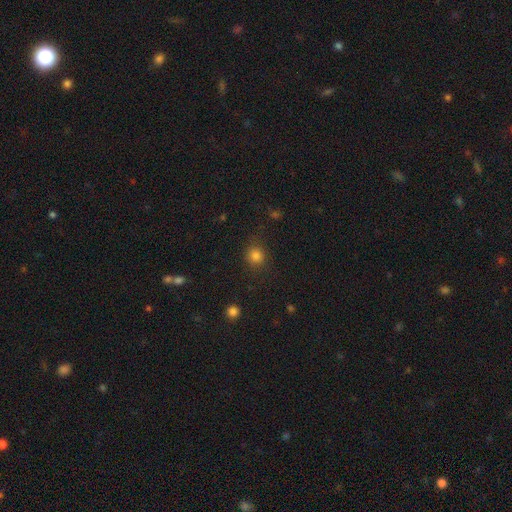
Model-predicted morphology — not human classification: This is clearly a smooth galaxy (82%). How rounded: clearly round (86%). Merging: clearly none (84%).